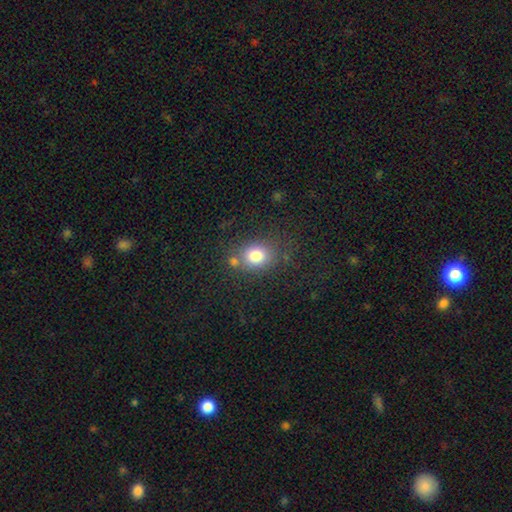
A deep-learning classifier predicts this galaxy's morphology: Overall: smooth (80%). How rounded: round (58%; in between 41%). Merging: none (66%).